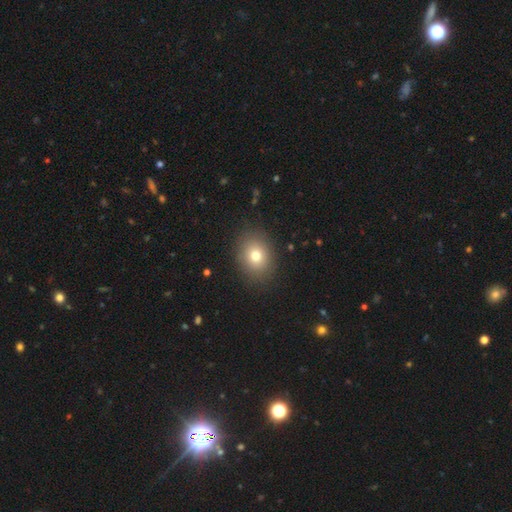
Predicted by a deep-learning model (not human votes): The model was most divided on "how rounded": round: 51%, in between: 48%, cigar-shaped: 1%. More confident: merging — none (87%); smooth or featured — smooth (76%).